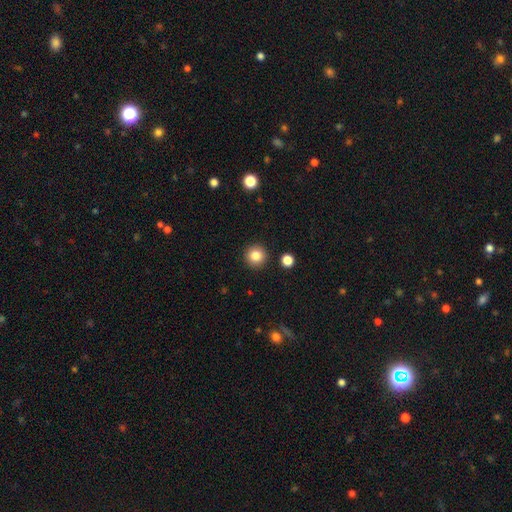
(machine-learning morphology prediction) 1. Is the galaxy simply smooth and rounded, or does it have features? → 84% smooth, 11% star or artifact, 5% featured or disk.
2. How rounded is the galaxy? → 95% round, 4% in between, 1% cigar-shaped.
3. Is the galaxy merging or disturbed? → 92% none, 5% minor disturbance, 2% merger, 2% major disturbance.